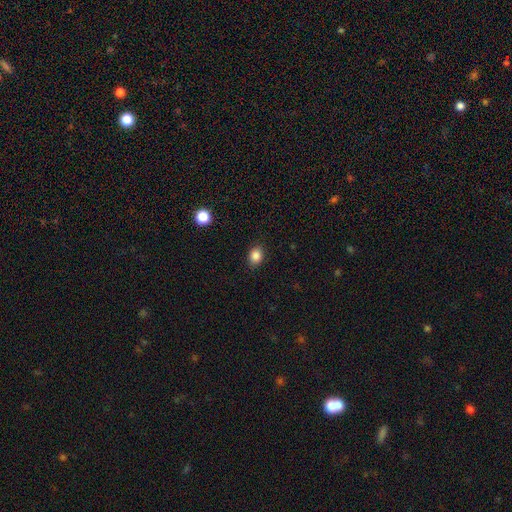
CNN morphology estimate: The model was most divided on "how rounded": in between: 55%, round: 44%, cigar-shaped: 1%. More confident: merging — none (87%); smooth or featured — smooth (86%).